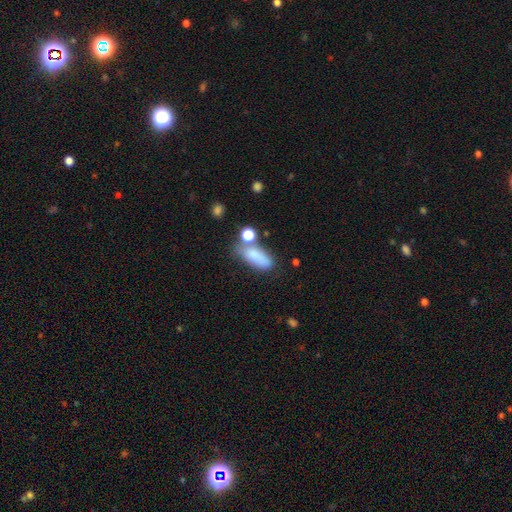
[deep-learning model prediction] This is likely a smooth galaxy (79%). How rounded: likely in between (78%). Merging: marginally none (43%).